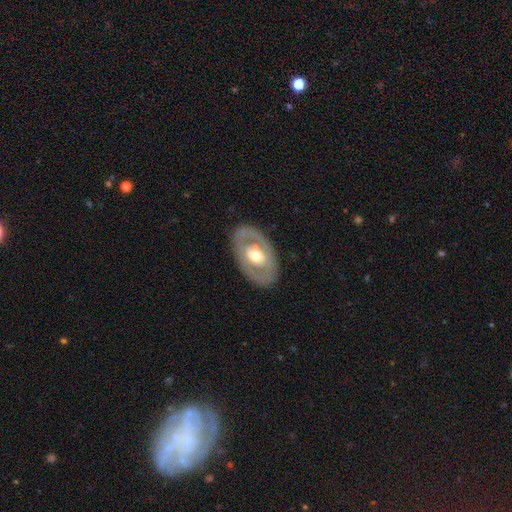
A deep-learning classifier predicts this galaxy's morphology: Smooth or featured? featured or disk (61%)
Edge-on disk? no (89%)
Bar? no (71%)
Spiral arms? no (81%)
Bulge size? moderate (69%)
Merging? none (83%)